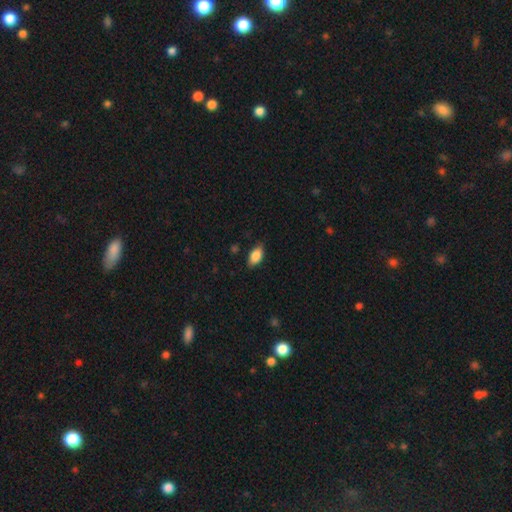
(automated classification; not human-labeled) This is clearly a smooth galaxy (86%). How rounded: clearly in between (91%). Merging: clearly none (81%).